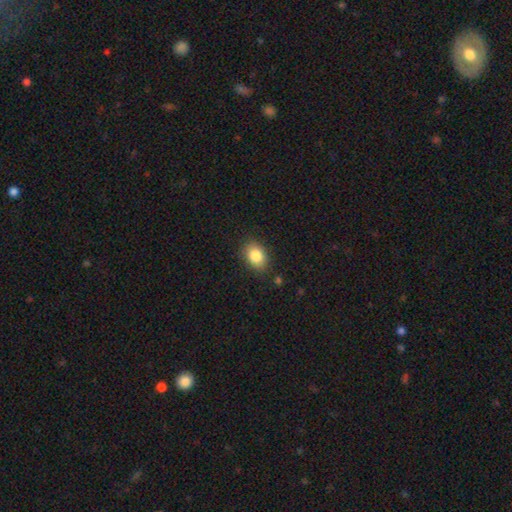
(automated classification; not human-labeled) A smooth galaxy with no disk features (84%) that is in between round and cigar-shaped (75%).

Vote fractions:
- Smooth or featured? smooth: 84% / star or artifact: 9% / featured or disk: 7%
- How rounded? in between: 75% / round: 24% / cigar-shaped: 1%
- Merging? none: 84% / minor disturbance: 12% / major disturbance: 3% / merger: 2%